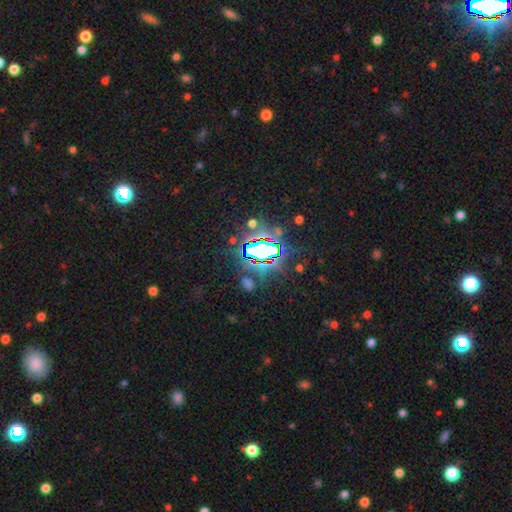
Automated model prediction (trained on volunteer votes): star or artifact 74%, smooth 15%, featured or disk 11%.